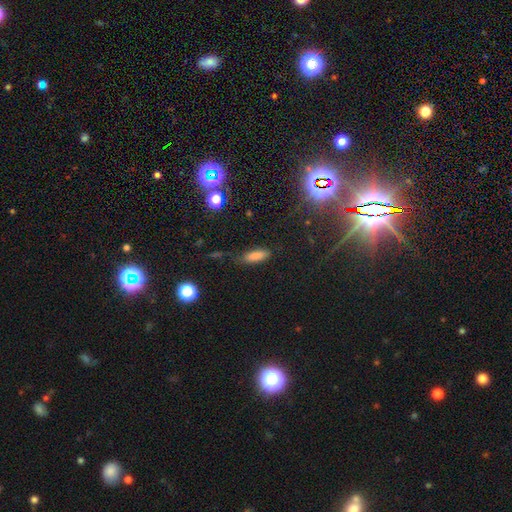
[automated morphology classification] Q: Smooth or featured?
A: smooth (80%); runner-up: star or artifact (13%)
Q: How rounded?
A: in between (59%); runner-up: cigar-shaped (37%)
Q: Merging?
A: none (71%); runner-up: minor disturbance (20%)